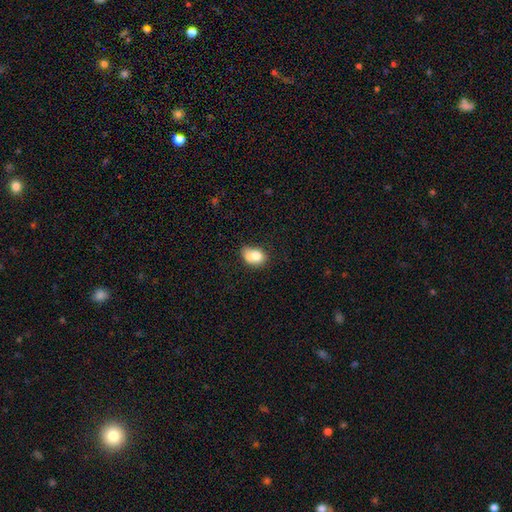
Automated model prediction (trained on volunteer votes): Smooth or featured? smooth (76%)
How rounded? in between (67%)
Merging? none (37%)